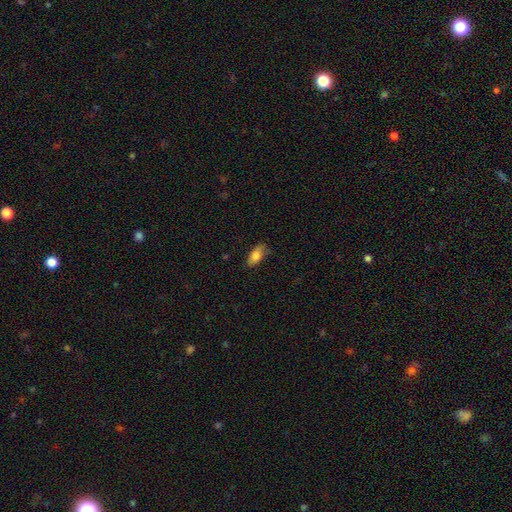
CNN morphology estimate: This is clearly a smooth galaxy (81%). How rounded: clearly in between (88%). Merging: likely none (79%).